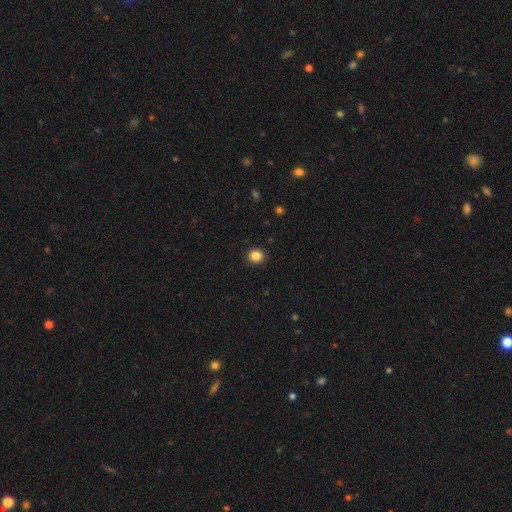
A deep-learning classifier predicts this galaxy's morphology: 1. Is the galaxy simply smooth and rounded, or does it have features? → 85% smooth, 11% star or artifact, 4% featured or disk.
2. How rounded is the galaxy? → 85% round, 14% in between, 1% cigar-shaped.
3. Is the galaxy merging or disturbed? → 92% none, 5% minor disturbance, 2% major disturbance, 1% merger.